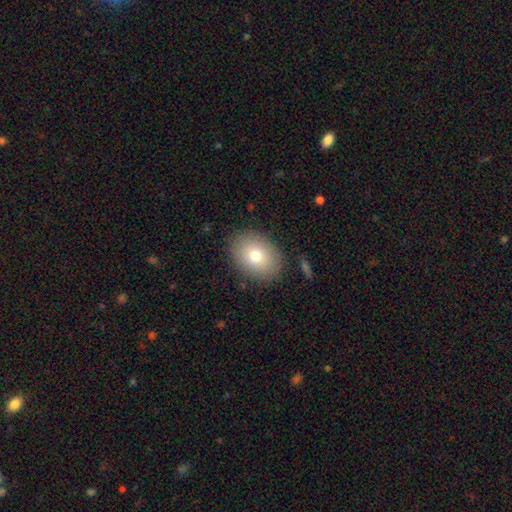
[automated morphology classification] type=smooth (76%); roundness=in between (67%); merging=none (86%).